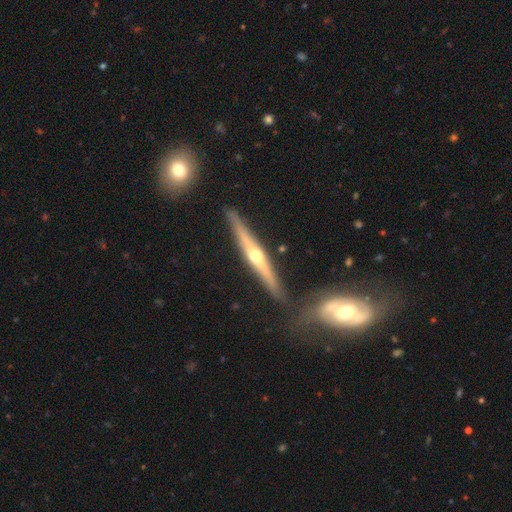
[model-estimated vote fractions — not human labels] featured or disk 73%, smooth 21%, star or artifact 6%. Down the decision tree: edge-on disk — yes (96%); edge-on bulge — rounded (89%); merging — none (83%).